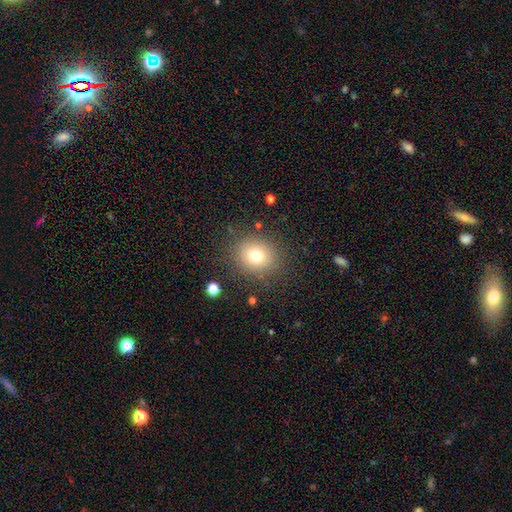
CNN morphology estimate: A smooth galaxy with no disk features (75%) that is round (76%). Merging: none (85%).